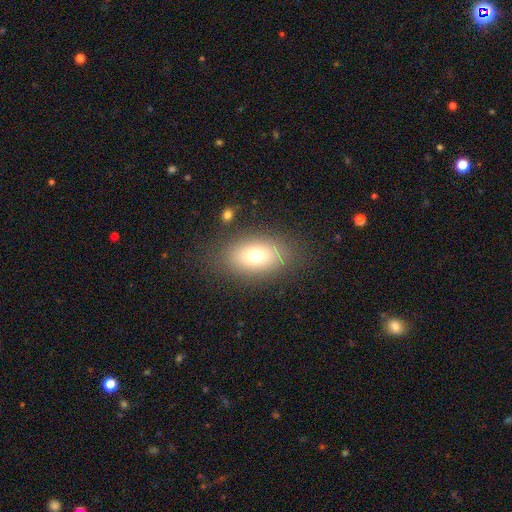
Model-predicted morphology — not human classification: A smooth galaxy with no disk features (71%) that is in between round and cigar-shaped (84%). Merging: none (80%).